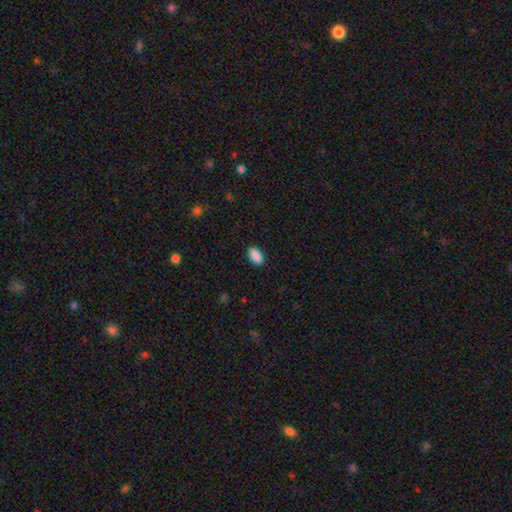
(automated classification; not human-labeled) Smooth or featured?
  - smooth: 90% *
  - star or artifact: 7%
  - featured or disk: 3%
How rounded?
  - in between: 93% *
  - round: 3%
  - cigar-shaped: 3%
Merging?
  - none: 90% *
  - minor disturbance: 7%
  - major disturbance: 2%
  - merger: 1%